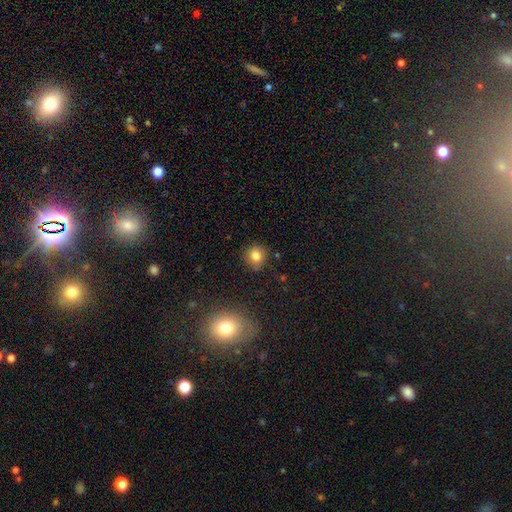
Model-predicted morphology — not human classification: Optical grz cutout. It shows a smooth galaxy with no disk features (81%) that is round (83%). Merging: none (81%).